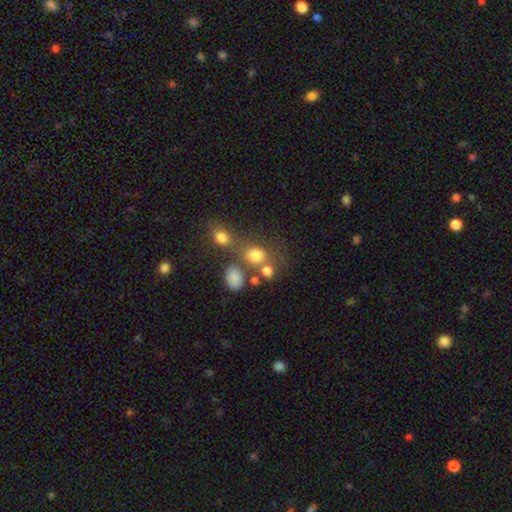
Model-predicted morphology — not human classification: Smooth or featured? Predicted: smooth (p=0.76). How rounded? Predicted: round (p=0.67). Merging? Predicted: none (p=0.44).